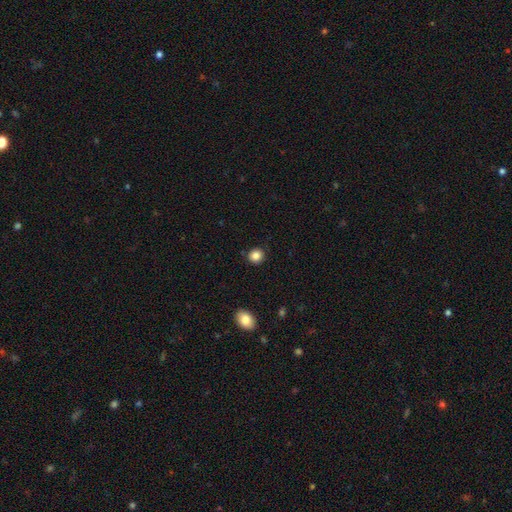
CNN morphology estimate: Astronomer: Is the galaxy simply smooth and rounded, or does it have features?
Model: smooth — 85%.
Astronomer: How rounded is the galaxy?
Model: round — 89%.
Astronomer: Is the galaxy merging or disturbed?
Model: none — 89%.